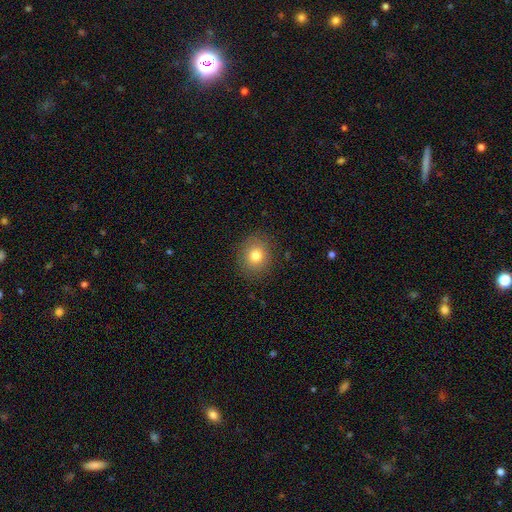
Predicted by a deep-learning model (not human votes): Smooth or featured? Predicted: smooth (p=0.79). How rounded? Predicted: round (p=0.76). Merging? Predicted: none (p=0.87).